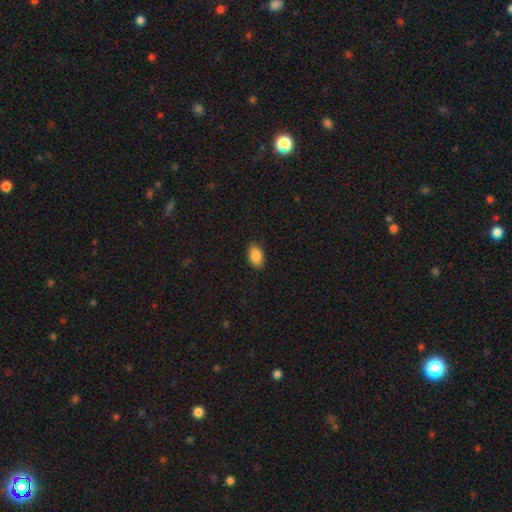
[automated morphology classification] This appears to be a smooth galaxy with no disk features (87%) that is in between round and cigar-shaped (90%). Merging: none (85%).